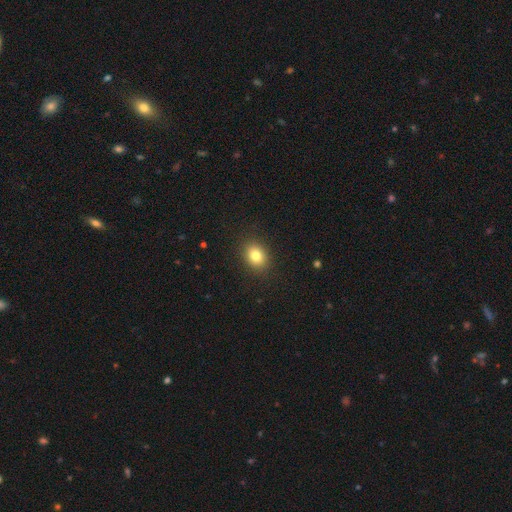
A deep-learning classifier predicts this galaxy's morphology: Q: Smooth or featured?
A: smooth (81%); runner-up: star or artifact (11%)
Q: How rounded?
A: in between (51%); runner-up: round (48%)
Q: Merging?
A: none (89%); runner-up: minor disturbance (7%)